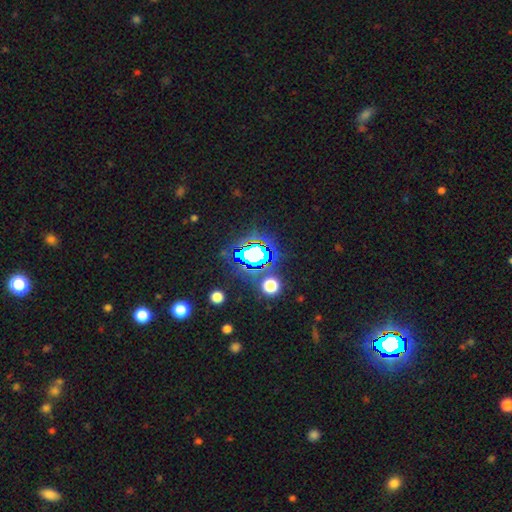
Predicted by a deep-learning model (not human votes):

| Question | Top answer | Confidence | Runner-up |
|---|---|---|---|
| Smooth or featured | star or artifact | 68% | smooth (19%) |